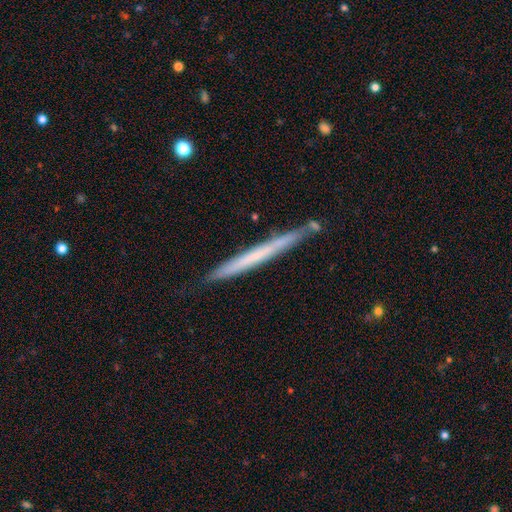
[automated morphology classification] featured or disk 48%, smooth 46%, star or artifact 6%. Down the decision tree: merging — none (83%).